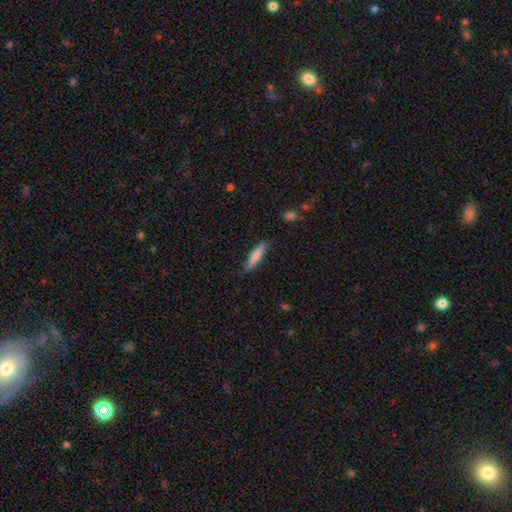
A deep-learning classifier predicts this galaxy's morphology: type=smooth (74%); roundness=cigar-shaped (82%); merging=none (77%).